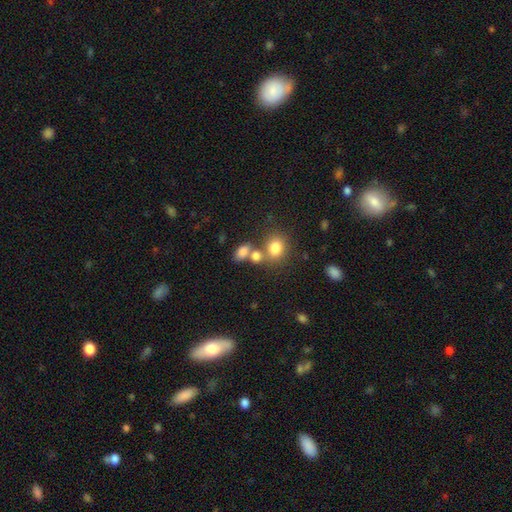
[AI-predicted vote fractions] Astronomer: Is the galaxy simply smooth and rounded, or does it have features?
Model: smooth — 78%.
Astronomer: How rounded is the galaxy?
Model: in between — 60% (runner-up: round, 38%).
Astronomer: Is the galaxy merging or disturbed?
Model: none — 42%, tied with merger at 42%.